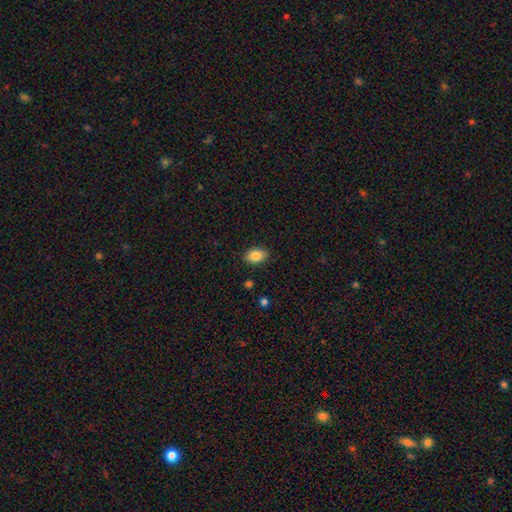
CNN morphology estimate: This appears to be a smooth galaxy with no disk features (85%) that is in between round and cigar-shaped (84%). Merging: none (88%).